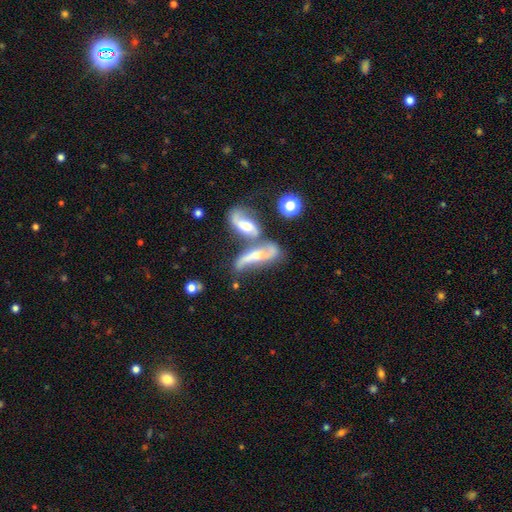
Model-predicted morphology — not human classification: Smooth or featured? featured or disk (61%)
Edge-on disk? no (74%)
Merging? merger (61%)